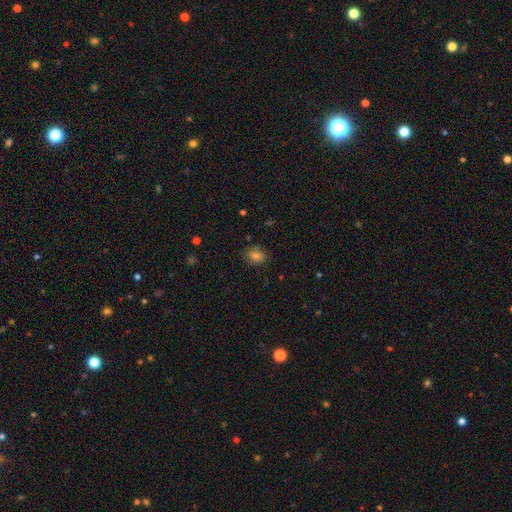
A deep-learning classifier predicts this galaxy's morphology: Smooth or featured? Predicted: smooth (p=0.77). How rounded? Predicted: in between (p=0.66). Merging? Predicted: none (p=0.82).